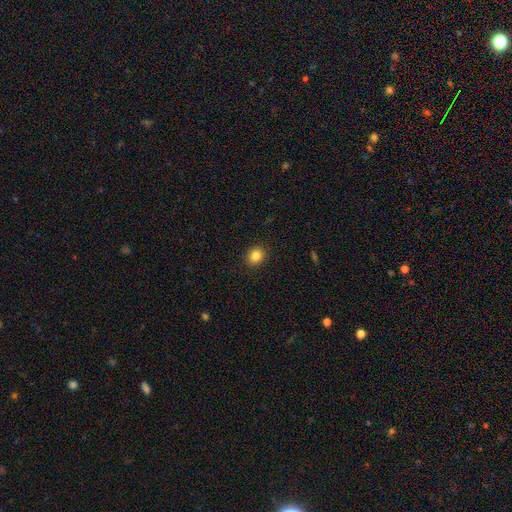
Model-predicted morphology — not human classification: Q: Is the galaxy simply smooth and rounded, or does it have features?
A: smooth — 85%.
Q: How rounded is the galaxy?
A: round — 64%.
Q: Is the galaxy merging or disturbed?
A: none — 91%.